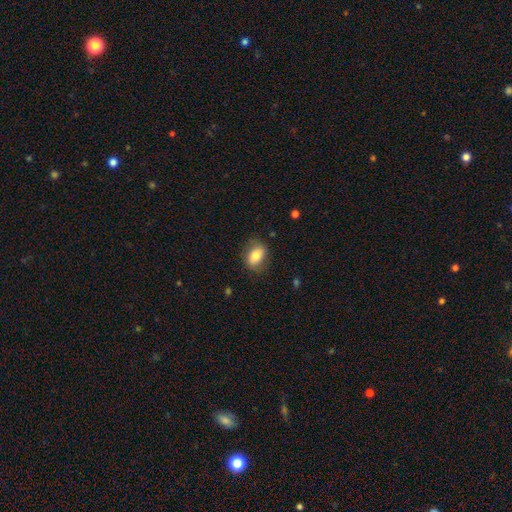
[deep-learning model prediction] smooth_or_featured: smooth (p=0.77) [alt: featured or disk p=0.15]
how_rounded: in between (p=0.79) [alt: round p=0.19]
merging: none (p=0.78) [alt: minor disturbance p=0.16]